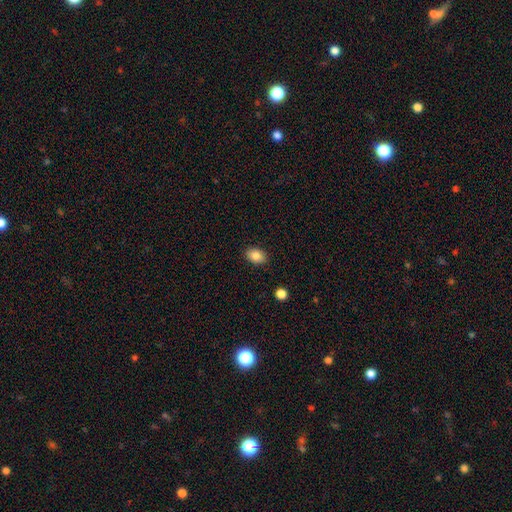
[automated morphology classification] This appears to be a smooth galaxy with no disk features (85%) that is in between round and cigar-shaped (80%). Merging: none (88%).